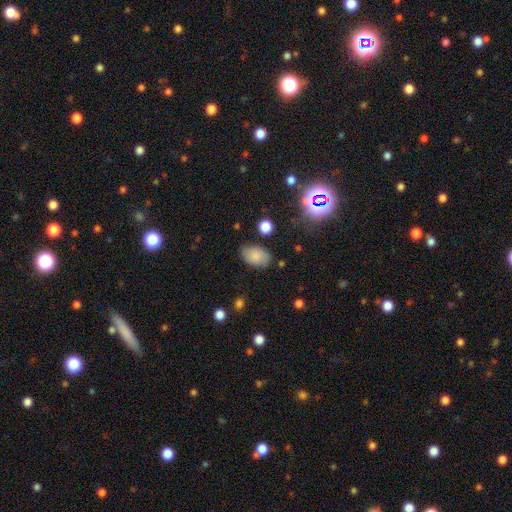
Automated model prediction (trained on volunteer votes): Smooth or featured? smooth (80%)
How rounded? in between (87%)
Merging? none (76%)